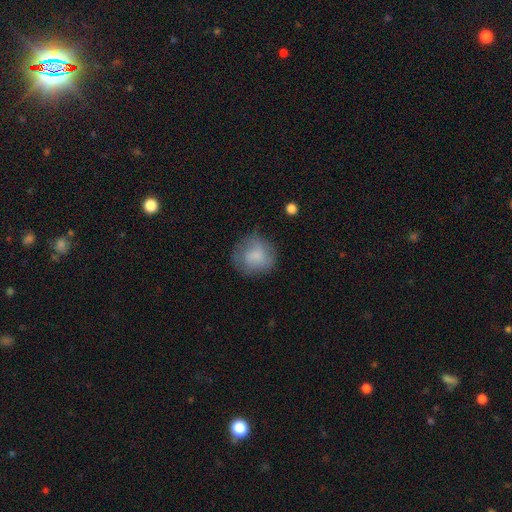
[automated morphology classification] Smooth or featured? smooth (76%)
How rounded? round (87%)
Merging? none (68%)